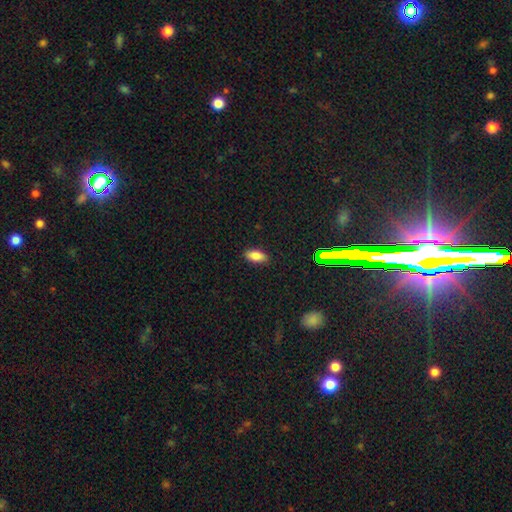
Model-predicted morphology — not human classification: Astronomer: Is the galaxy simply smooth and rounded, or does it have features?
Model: smooth — 83%.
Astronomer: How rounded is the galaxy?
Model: in between — 88%.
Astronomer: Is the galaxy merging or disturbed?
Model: none — 88%.